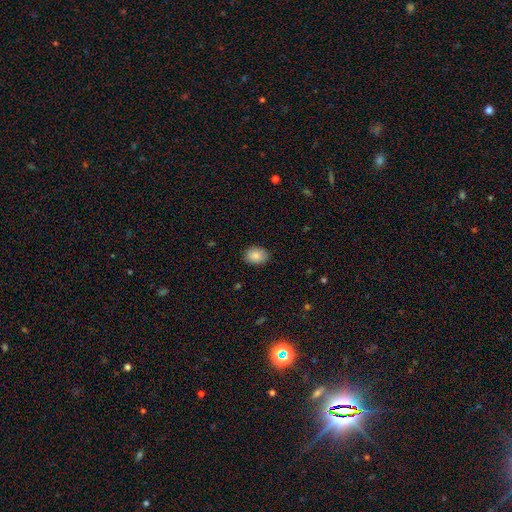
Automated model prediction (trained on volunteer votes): Q: Smooth or featured?
A: smooth (86%); runner-up: star or artifact (8%)
Q: How rounded?
A: in between (71%); runner-up: round (28%)
Q: Merging?
A: none (87%); runner-up: minor disturbance (10%)